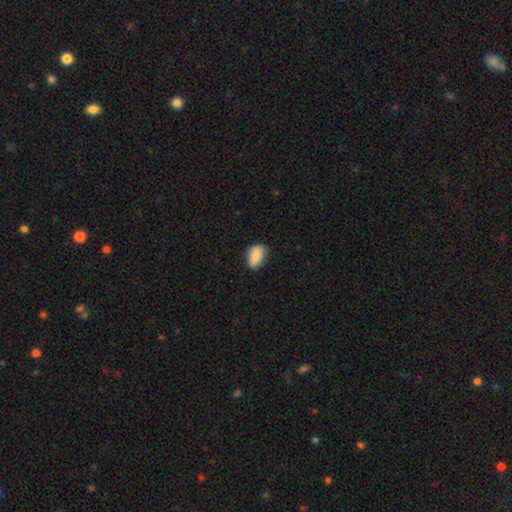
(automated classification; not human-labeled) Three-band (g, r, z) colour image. It shows a smooth galaxy with no disk features (81%) that is in between round and cigar-shaped (86%). Merging: none (75%).